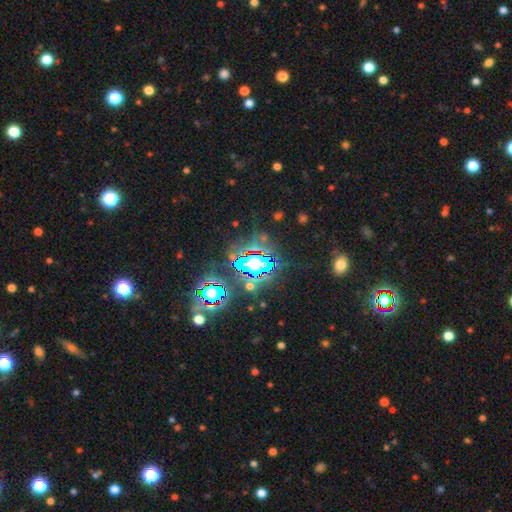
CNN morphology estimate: Q: Smooth or featured?
A: star or artifact (82%); runner-up: smooth (10%)